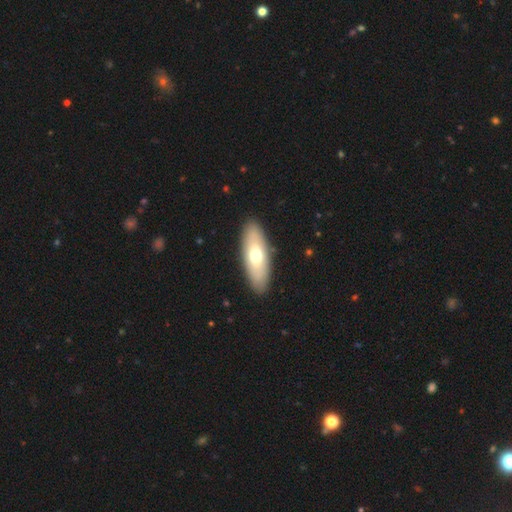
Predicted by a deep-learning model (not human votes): smooth 62%, featured or disk 33%, star or artifact 5%. Down the decision tree: how rounded — in between (68%); merging — none (89%).